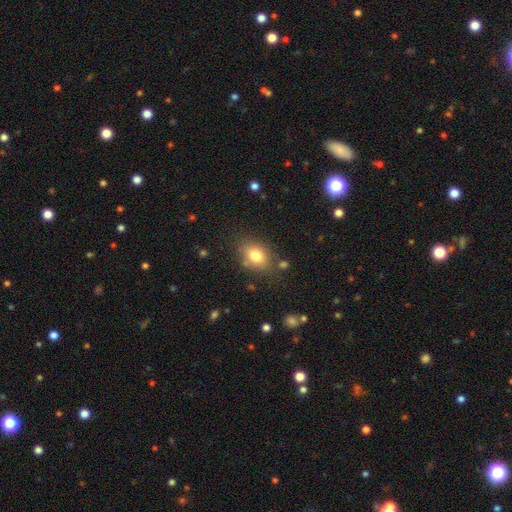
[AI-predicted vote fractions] Q: Smooth or featured?
A: smooth (80%); runner-up: featured or disk (10%)
Q: How rounded?
A: in between (72%); runner-up: round (26%)
Q: Merging?
A: none (76%); runner-up: minor disturbance (15%)